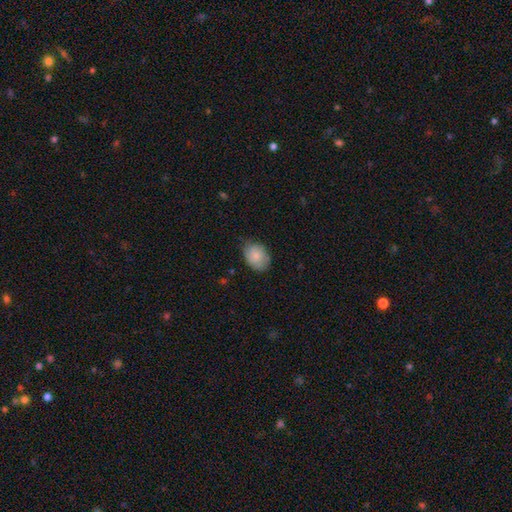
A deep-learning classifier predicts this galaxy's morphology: type=smooth (84%); roundness=in between (69%); merging=none (69%).